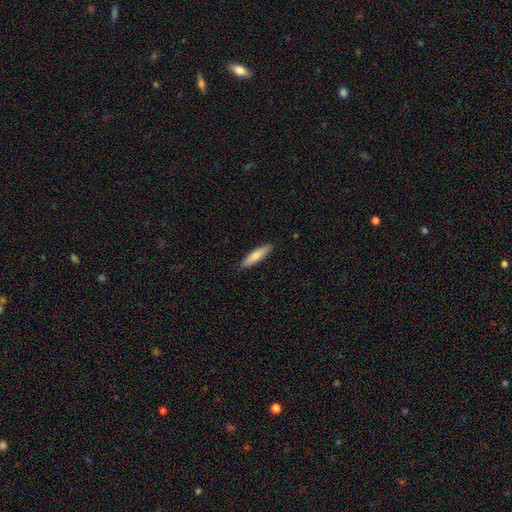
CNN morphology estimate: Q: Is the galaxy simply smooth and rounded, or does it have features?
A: smooth — 78%.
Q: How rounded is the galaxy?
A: cigar-shaped — 81%.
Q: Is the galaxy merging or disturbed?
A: none — 89%.